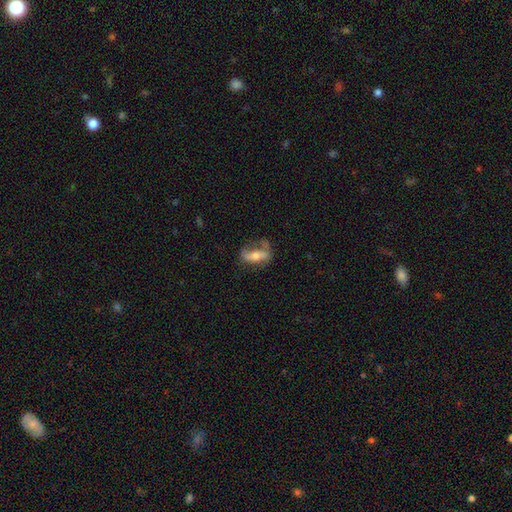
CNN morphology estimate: Q: Smooth or featured?
A: featured or disk (55%); runner-up: smooth (38%)
Q: Edge-on disk?
A: no (79%); runner-up: yes (21%)
Q: Merging?
A: none (48%); runner-up: minor disturbance (25%)